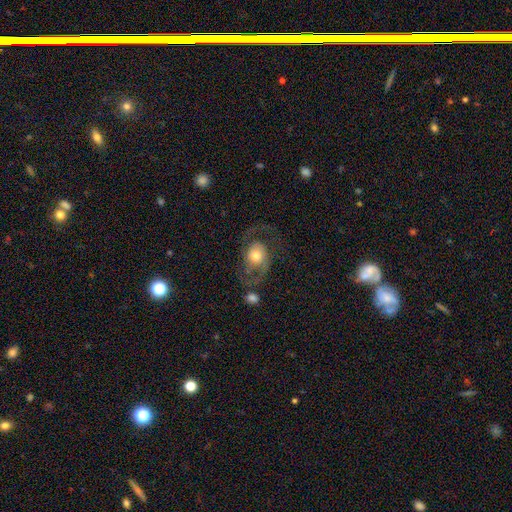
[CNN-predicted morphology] featured or disk 69%, smooth 24%, star or artifact 7%. Down the decision tree: edge-on disk — no (97%); bar — no (75%); spiral arms — yes (85%); spiral arm count — 2 (81%); spiral winding — medium (46%); bulge size — moderate (62%); merging — none (49%).